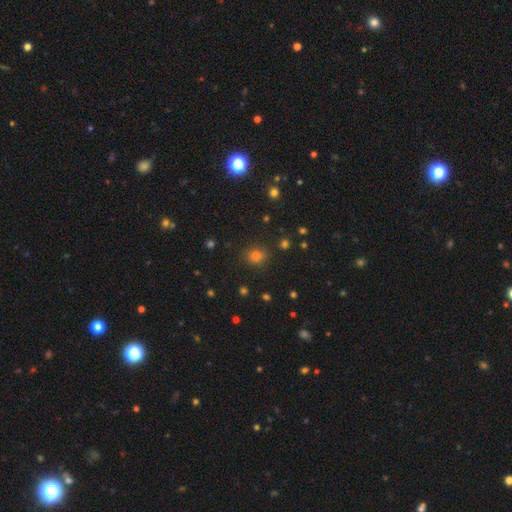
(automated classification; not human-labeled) A smooth galaxy with no disk features (69%) that is round (81%).

Vote fractions:
- Smooth or featured? smooth: 69% / star or artifact: 24% / featured or disk: 7%
- How rounded? round: 81% / in between: 18% / cigar-shaped: 1%
- Merging? none: 83% / minor disturbance: 10% / major disturbance: 3% / merger: 3%